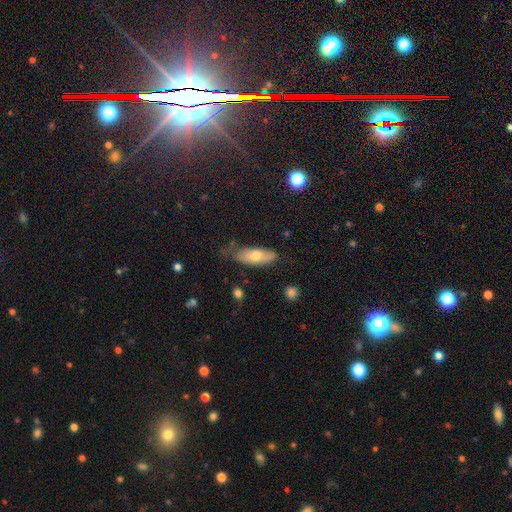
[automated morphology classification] smooth 66%, featured or disk 27%, star or artifact 7%. Down the decision tree: how rounded — in between (70%); merging — none (57%).